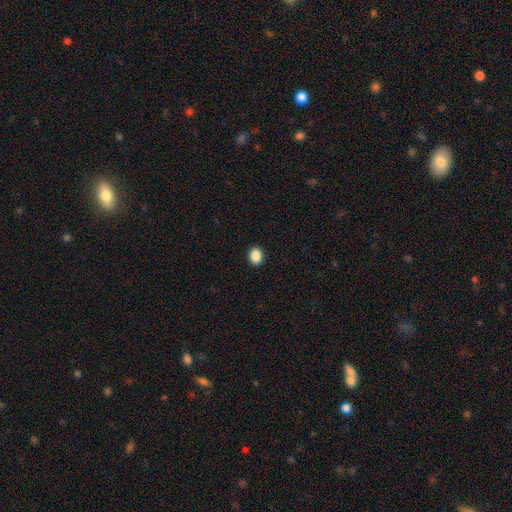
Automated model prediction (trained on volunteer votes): A smooth galaxy with no disk features (89%) that is in between round and cigar-shaped (62%). Merging: none (92%).